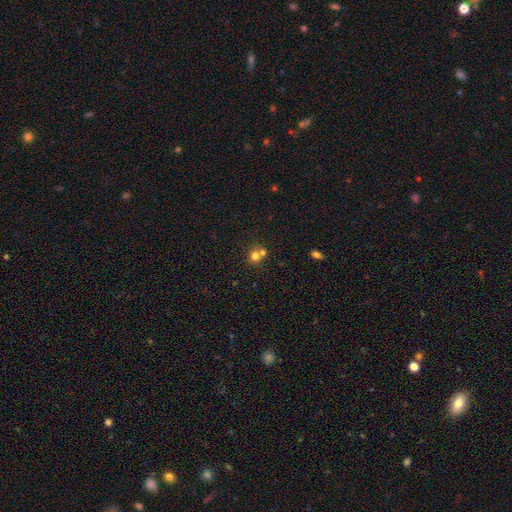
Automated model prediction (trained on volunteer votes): A smooth galaxy with no disk features (73%) that is round (84%).

Vote fractions:
- Smooth or featured? smooth: 73% / star or artifact: 15% / featured or disk: 12%
- How rounded? round: 84% / in between: 15% / cigar-shaped: 1%
- Merging? none: 46% / merger: 45% / minor disturbance: 6% / major disturbance: 3%